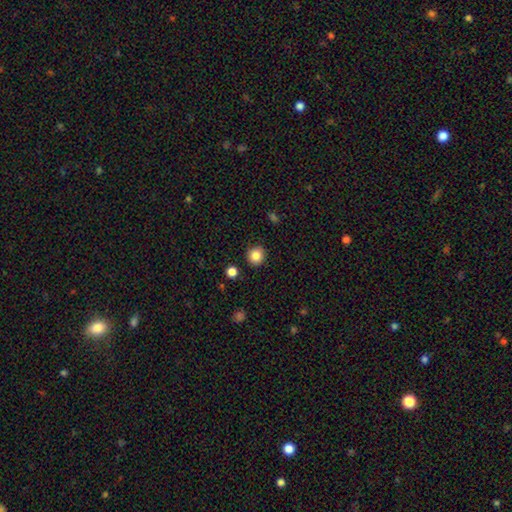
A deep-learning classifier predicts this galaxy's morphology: Smooth or featured?
  - smooth: 85% *
  - star or artifact: 10%
  - featured or disk: 5%
How rounded?
  - round: 91% *
  - in between: 8%
  - cigar-shaped: 1%
Merging?
  - none: 90% *
  - minor disturbance: 6%
  - major disturbance: 2%
  - merger: 2%